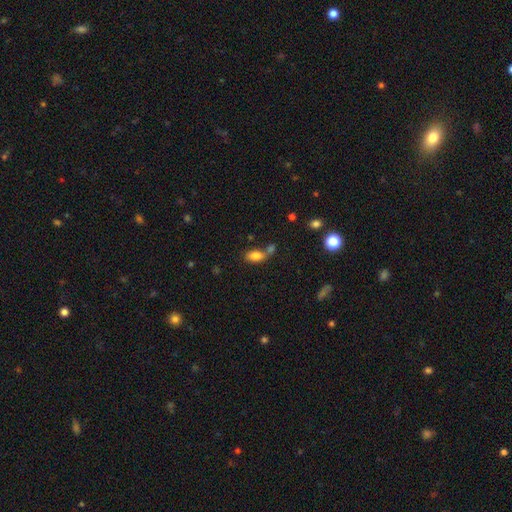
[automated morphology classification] Smooth or featured?
  - smooth: 81% *
  - star or artifact: 10%
  - featured or disk: 9%
How rounded?
  - in between: 89% *
  - round: 6%
  - cigar-shaped: 6%
Merging?
  - none: 44% *
  - merger: 37%
  - minor disturbance: 13%
  - major disturbance: 6%